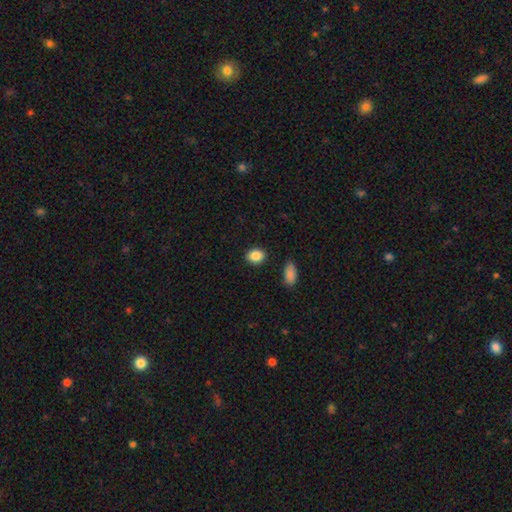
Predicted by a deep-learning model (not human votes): Smooth or featured? Predicted: smooth (p=0.87). How rounded? Predicted: in between (p=0.56). Merging? Predicted: none (p=0.87).